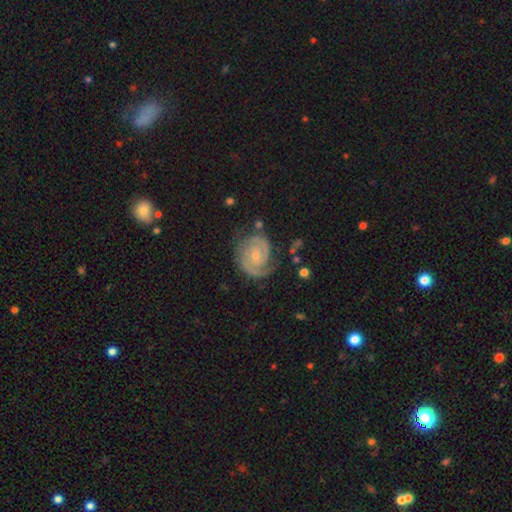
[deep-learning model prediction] Smooth or featured: featured or disk — 89% (smooth — 6%)
Edge-on disk: no — 98% (yes — 2%)
Bar: no — 62% (weak — 31%)
Spiral arms: yes — 98% (no — 2%)
Spiral winding: tight — 68% (medium — 27%)
Spiral arm count: 2 — 82% (3 — 7%)
Bulge size: small — 65% (moderate — 30%)
Merging: none — 75% (minor disturbance — 17%)